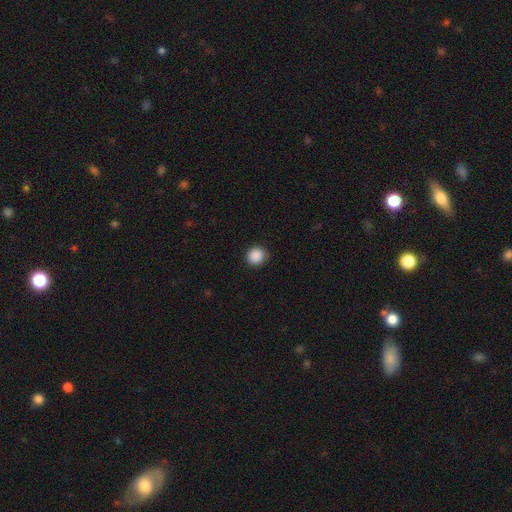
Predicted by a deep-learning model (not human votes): A smooth galaxy with no disk features (89%) that is round (91%). Merging: none (91%).